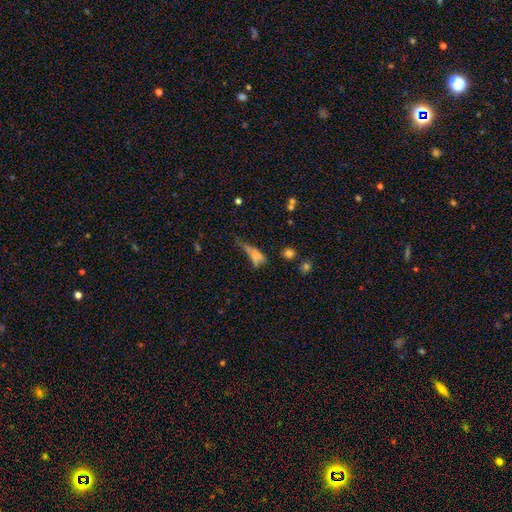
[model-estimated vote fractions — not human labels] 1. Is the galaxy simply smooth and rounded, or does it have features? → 55% smooth, 27% featured or disk, 17% star or artifact.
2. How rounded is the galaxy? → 56% in between, 34% cigar-shaped, 10% round.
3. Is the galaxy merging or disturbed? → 34% major disturbance, 27% none, 22% minor disturbance, 17% merger.